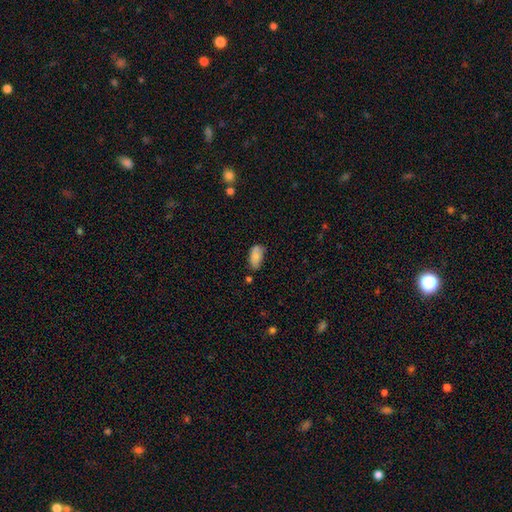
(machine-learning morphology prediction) This is clearly a smooth galaxy (83%). How rounded: clearly in between (92%). Merging: likely none (60%).